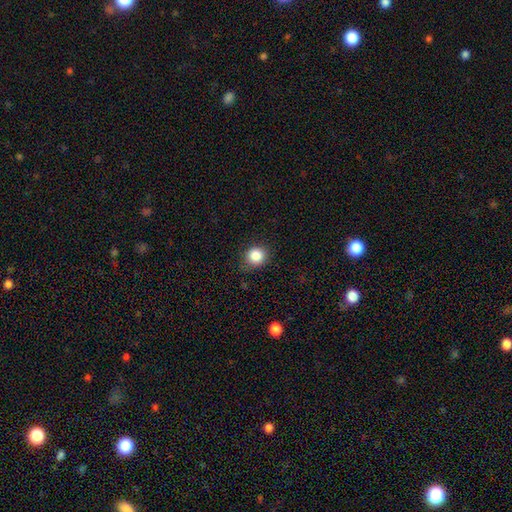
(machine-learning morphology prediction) Smooth or featured? smooth (86%)
How rounded? round (86%)
Merging? none (82%)